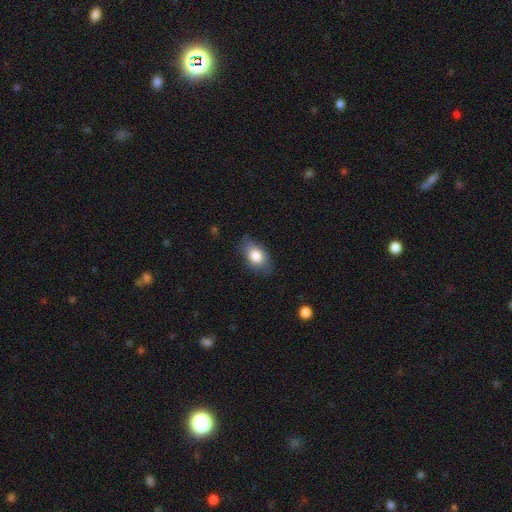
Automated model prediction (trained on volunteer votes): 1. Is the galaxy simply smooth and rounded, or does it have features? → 79% smooth, 13% featured or disk, 7% star or artifact.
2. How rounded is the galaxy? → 87% in between, 11% round, 3% cigar-shaped.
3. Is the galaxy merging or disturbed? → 72% none, 22% minor disturbance, 5% major disturbance, 1% merger.